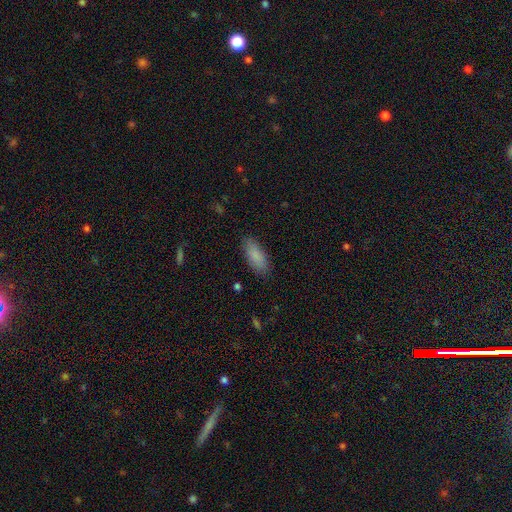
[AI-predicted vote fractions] Smooth or featured? smooth (88%)
How rounded? in between (82%)
Merging? none (85%)